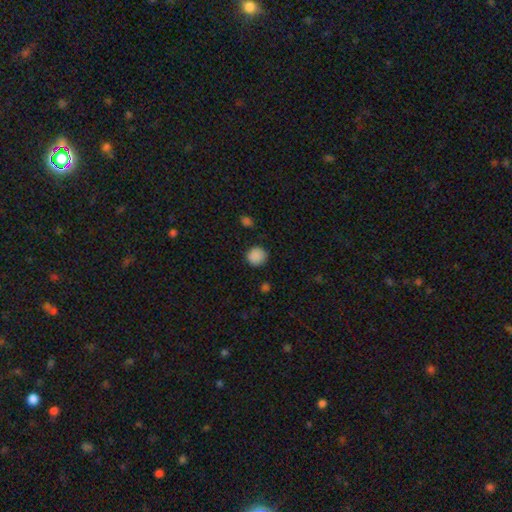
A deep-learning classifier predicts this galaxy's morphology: This is clearly a smooth galaxy (88%). How rounded: clearly round (91%). Merging: clearly none (87%).